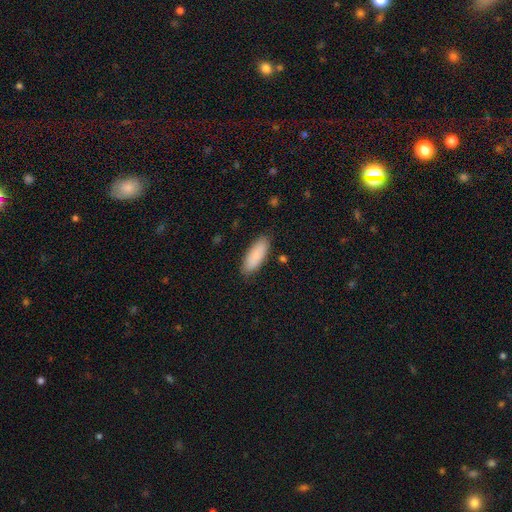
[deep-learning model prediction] The model was most divided on "how rounded": in between: 70%, cigar-shaped: 29%, round: 2%. More confident: smooth or featured — smooth (87%); merging — none (86%).